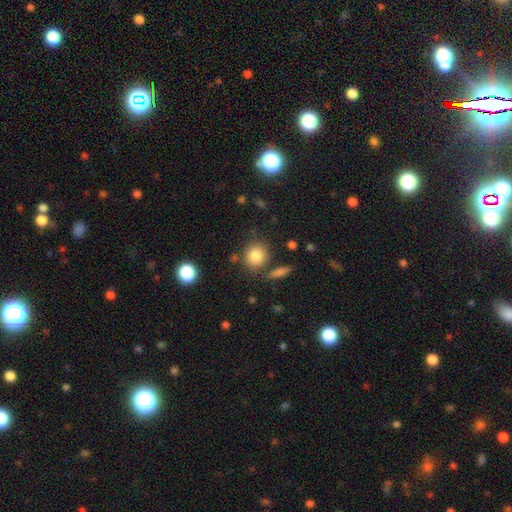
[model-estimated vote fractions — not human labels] The model was most divided on "how rounded": round: 78%, in between: 21%, cigar-shaped: 1%. More confident: smooth or featured — smooth (83%); merging — none (77%).